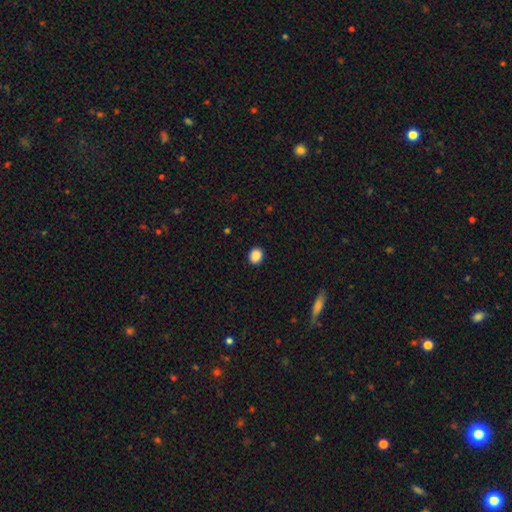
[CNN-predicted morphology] Smooth or featured: smooth — 89% (star or artifact — 9%)
How rounded: round — 70% (in between — 29%)
Merging: none — 91% (minor disturbance — 6%)